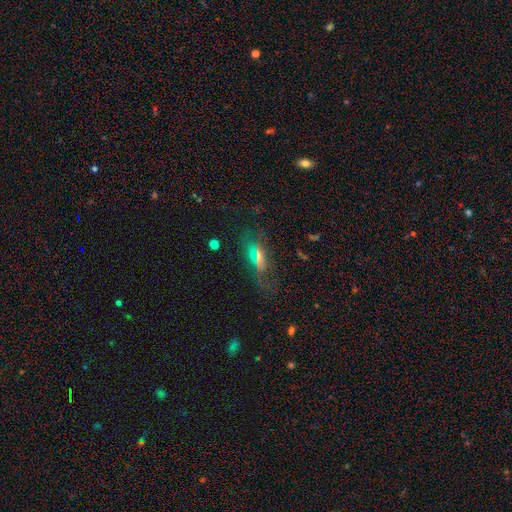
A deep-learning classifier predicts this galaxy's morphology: This appears to be a smooth galaxy with no disk features (47%). Merging: none (69%).